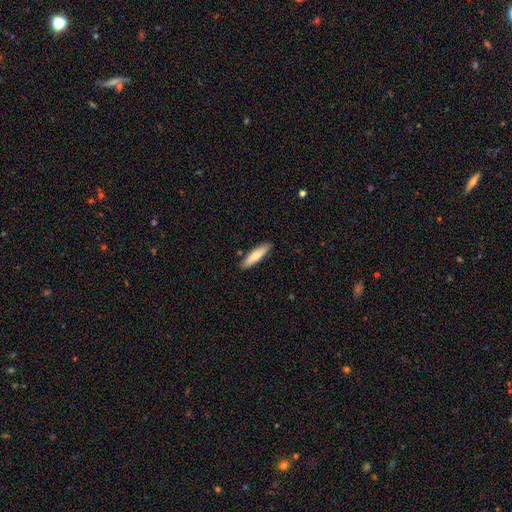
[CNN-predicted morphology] Smooth or featured?
  - smooth: 73% *
  - featured or disk: 22%
  - star or artifact: 6%
How rounded?
  - cigar-shaped: 71% *
  - in between: 28%
  - round: 2%
Merging?
  - none: 88% *
  - minor disturbance: 9%
  - major disturbance: 2%
  - merger: 2%